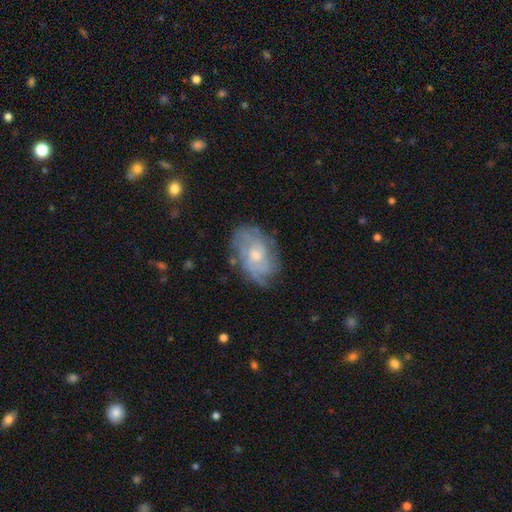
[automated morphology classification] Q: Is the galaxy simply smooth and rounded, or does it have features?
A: featured or disk — 75%.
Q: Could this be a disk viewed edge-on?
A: no — 96%.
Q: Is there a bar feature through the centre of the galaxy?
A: no — 74%.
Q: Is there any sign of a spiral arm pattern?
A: yes — 86%.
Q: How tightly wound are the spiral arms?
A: tight — 57%.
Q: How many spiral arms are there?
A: can't tell — 53%.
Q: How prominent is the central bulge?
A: moderate — 57%.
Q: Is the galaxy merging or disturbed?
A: none — 70%.